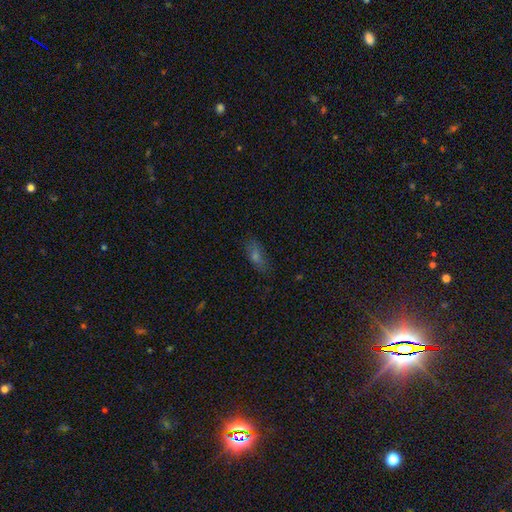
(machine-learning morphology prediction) Smooth or featured?
  - smooth: 49% *
  - star or artifact: 27%
  - featured or disk: 24%
Merging?
  - none: 80% *
  - minor disturbance: 14%
  - major disturbance: 4%
  - merger: 2%